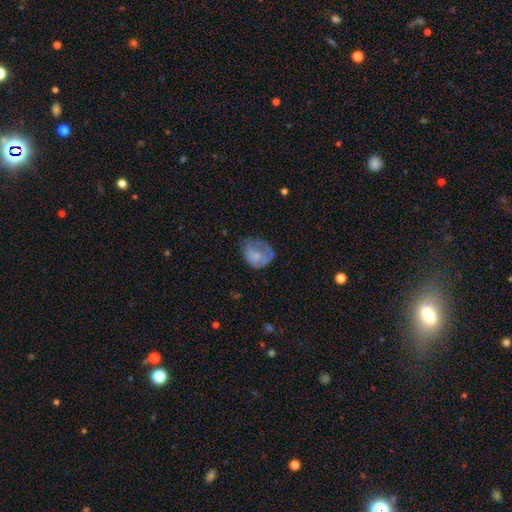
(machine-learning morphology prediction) A smooth galaxy with no disk features (56%) that is round (58%).

Vote fractions:
- Smooth or featured? smooth: 56% / featured or disk: 35% / star or artifact: 9%
- How rounded? round: 58% / in between: 41% / cigar-shaped: 1%
- Merging? none: 38% / minor disturbance: 31% / major disturbance: 29% / merger: 3%